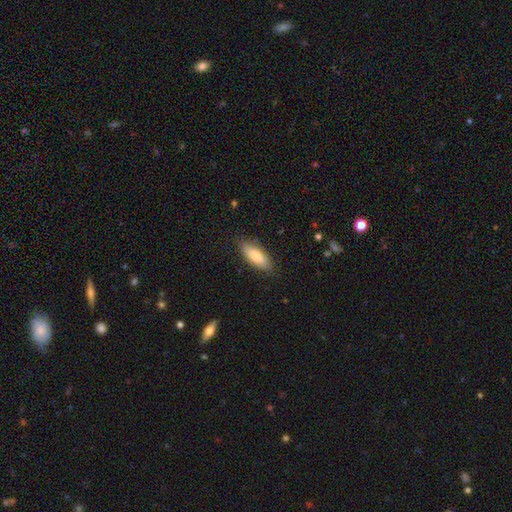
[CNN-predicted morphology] This is likely a smooth galaxy (80%). How rounded: likely in between (70%). Merging: clearly none (83%).